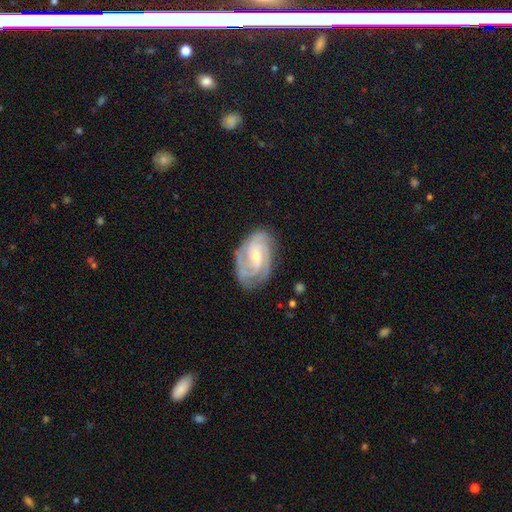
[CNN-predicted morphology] This is clearly a featured or disk galaxy (88%). It is clearly not viewed edge-on (97%). Bar: possibly no (48%). Spiral arm pattern: clearly yes (98%). Spiral arm count: possibly 3 (45%). Spiral winding: possibly tight (59%). Central bulge: possibly small (54%). Merging: likely none (77%).